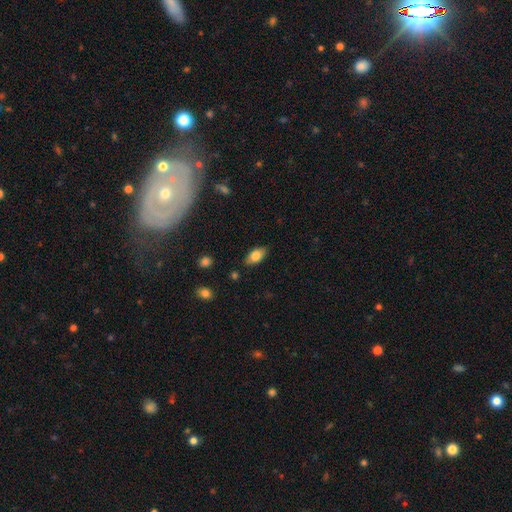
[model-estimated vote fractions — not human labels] smooth_or_featured: smooth (p=0.80) [alt: featured or disk p=0.13]
how_rounded: in between (p=0.91) [alt: round p=0.05]
merging: none (p=0.85) [alt: minor disturbance p=0.12]